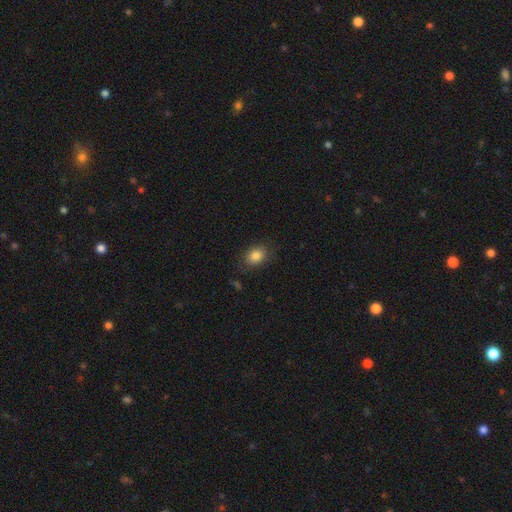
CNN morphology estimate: Q: Smooth or featured?
A: smooth (84%); runner-up: star or artifact (9%)
Q: How rounded?
A: in between (66%); runner-up: round (33%)
Q: Merging?
A: none (79%); runner-up: minor disturbance (15%)